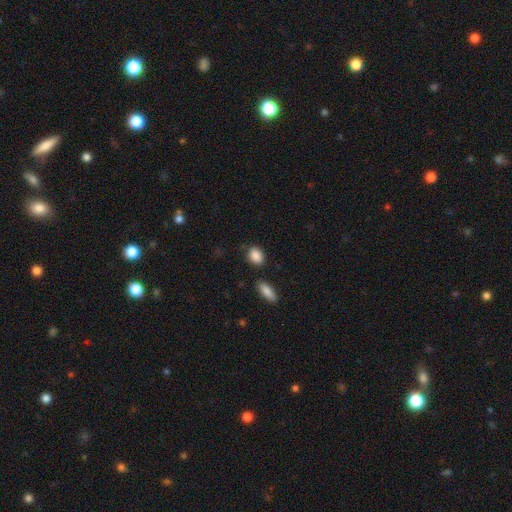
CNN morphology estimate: Smooth or featured? Predicted: smooth (p=0.89). How rounded? Predicted: in between (p=0.63). Merging? Predicted: none (p=0.79).